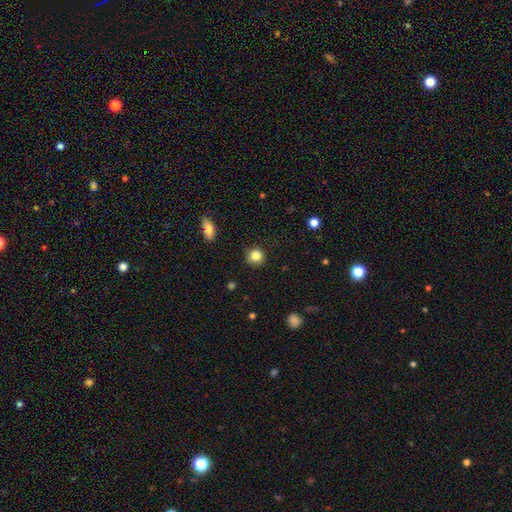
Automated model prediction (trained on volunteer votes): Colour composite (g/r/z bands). It shows a smooth galaxy with no disk features (85%) that is round (90%). Merging: none (87%).